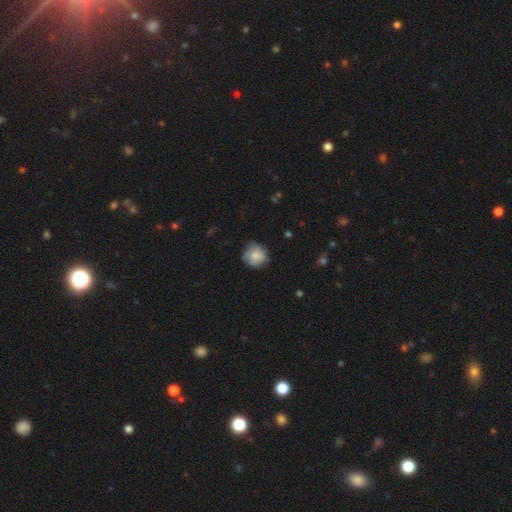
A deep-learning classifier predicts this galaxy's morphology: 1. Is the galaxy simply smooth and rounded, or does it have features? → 77% smooth, 16% featured or disk, 7% star or artifact.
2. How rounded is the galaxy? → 87% round, 12% in between, 1% cigar-shaped.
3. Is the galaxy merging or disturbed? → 61% none, 29% minor disturbance, 8% major disturbance, 2% merger.